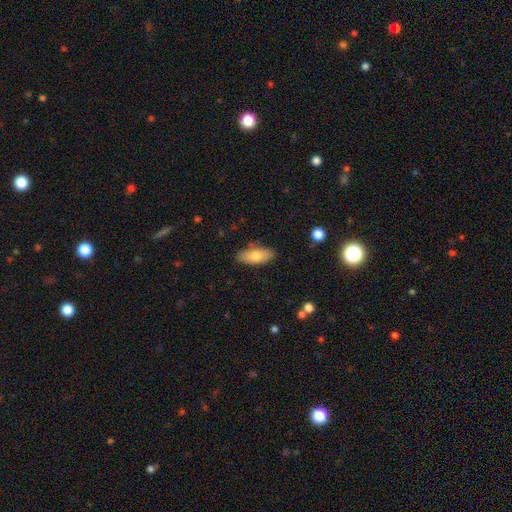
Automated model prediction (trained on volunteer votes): smooth_or_featured: smooth (p=0.75) [alt: featured or disk p=0.18]
how_rounded: in between (p=0.85) [alt: cigar-shaped p=0.12]
merging: none (p=0.83) [alt: minor disturbance p=0.13]